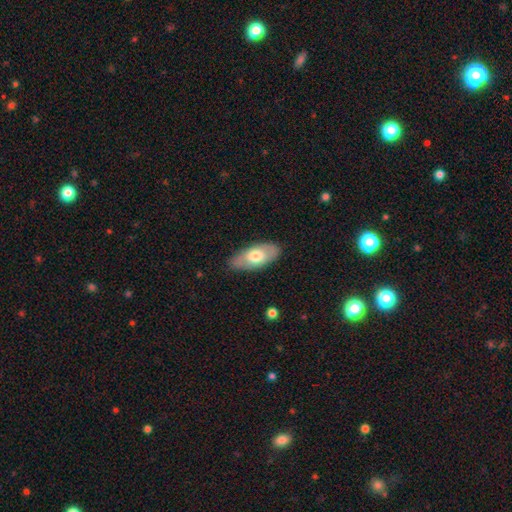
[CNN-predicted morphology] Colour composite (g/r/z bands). It shows a smooth galaxy with no disk features (62%) that is in between round and cigar-shaped (89%). Merging: none (83%).